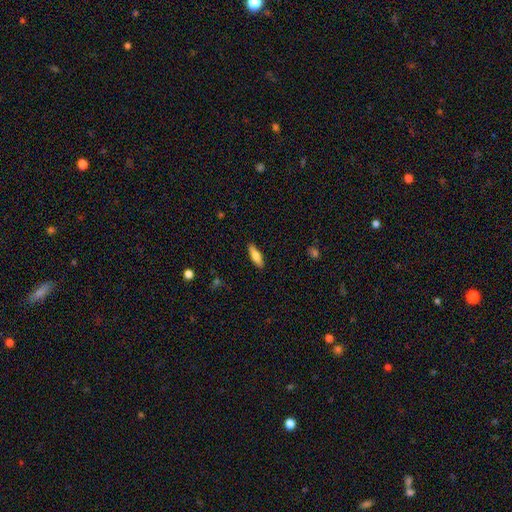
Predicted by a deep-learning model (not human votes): Smooth or featured? Predicted: smooth (p=0.70). How rounded? Predicted: cigar-shaped (p=0.53). Merging? Predicted: none (p=0.89).